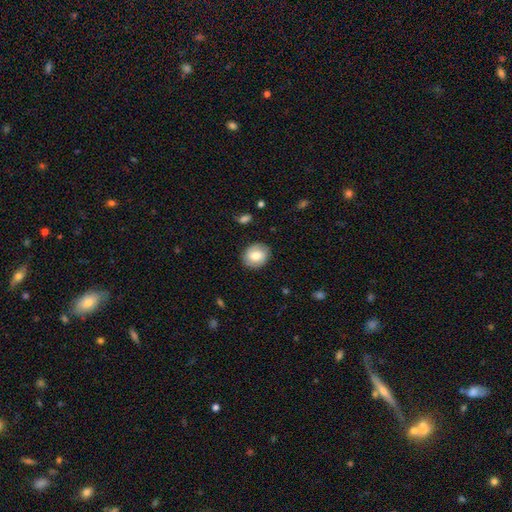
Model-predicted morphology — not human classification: A smooth galaxy with no disk features (63%) that is round (62%).

Vote fractions:
- Smooth or featured? smooth: 63% / featured or disk: 30% / star or artifact: 7%
- How rounded? round: 62% / in between: 37% / cigar-shaped: 1%
- Merging? none: 85% / minor disturbance: 11% / major disturbance: 3% / merger: 1%